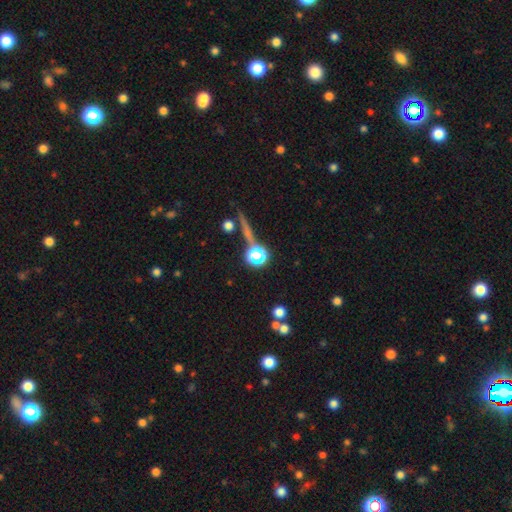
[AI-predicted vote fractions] The model was most divided on "smooth or featured": star or artifact: 46%, smooth: 38%, featured or disk: 16%.